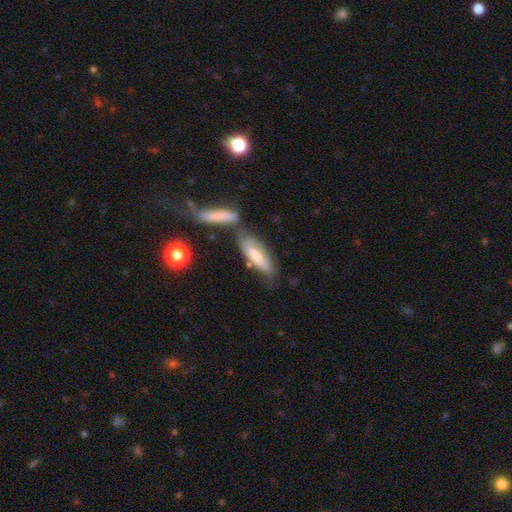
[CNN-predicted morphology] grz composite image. It shows a featured or disk galaxy (47%). Merging: none (43%).